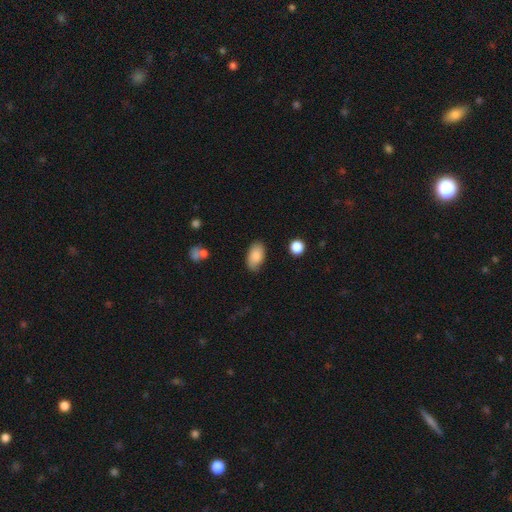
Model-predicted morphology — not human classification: A smooth galaxy with no disk features (87%) that is in between round and cigar-shaped (94%).

Vote fractions:
- Smooth or featured? smooth: 87% / star or artifact: 7% / featured or disk: 6%
- How rounded? in between: 94% / round: 4% / cigar-shaped: 2%
- Merging? none: 80% / minor disturbance: 16% / major disturbance: 3% / merger: 2%